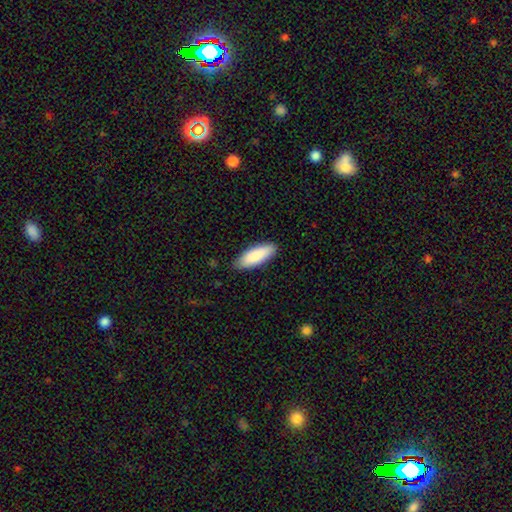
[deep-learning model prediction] Smooth or featured? Predicted: smooth (p=0.89). How rounded? Predicted: in between (p=0.65). Merging? Predicted: none (p=0.85).